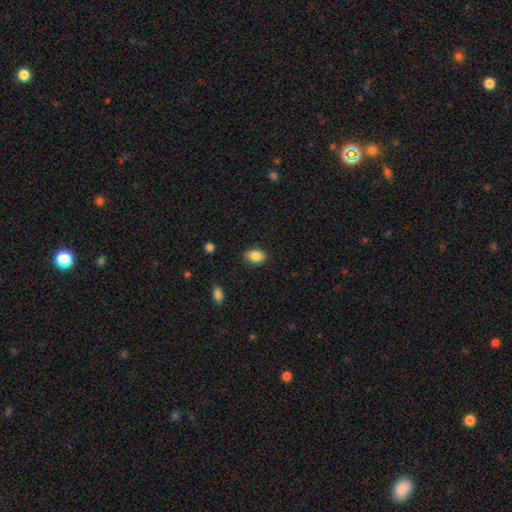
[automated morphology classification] smooth_or_featured: smooth (p=0.86) [alt: star or artifact p=0.08]
how_rounded: in between (p=0.82) [alt: round p=0.17]
merging: none (p=0.87) [alt: minor disturbance p=0.10]